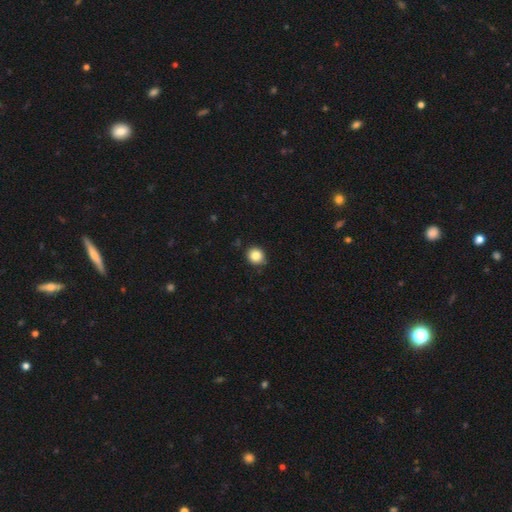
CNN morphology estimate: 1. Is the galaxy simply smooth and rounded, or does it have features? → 84% smooth, 11% star or artifact, 5% featured or disk.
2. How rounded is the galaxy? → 87% round, 12% in between, 1% cigar-shaped.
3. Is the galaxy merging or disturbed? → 85% none, 11% minor disturbance, 2% major disturbance, 1% merger.